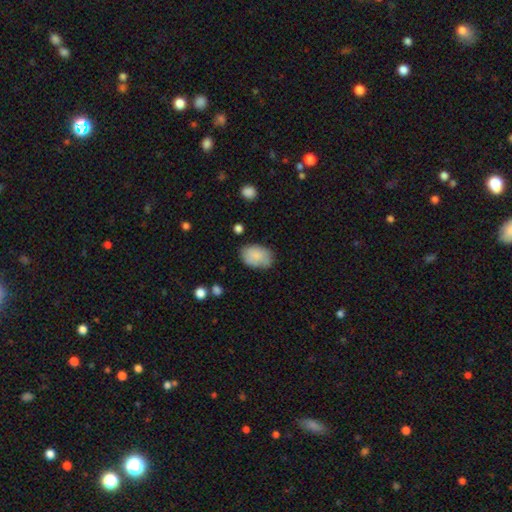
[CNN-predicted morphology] Overall: smooth (84%). How rounded: in between (86%). Merging: none (70%).